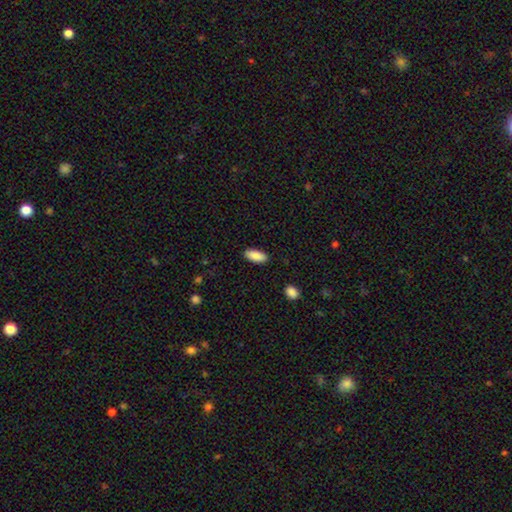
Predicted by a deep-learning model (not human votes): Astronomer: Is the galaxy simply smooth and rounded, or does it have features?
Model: smooth — 89%.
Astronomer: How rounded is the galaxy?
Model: in between — 88%.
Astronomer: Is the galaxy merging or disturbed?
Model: none — 89%.